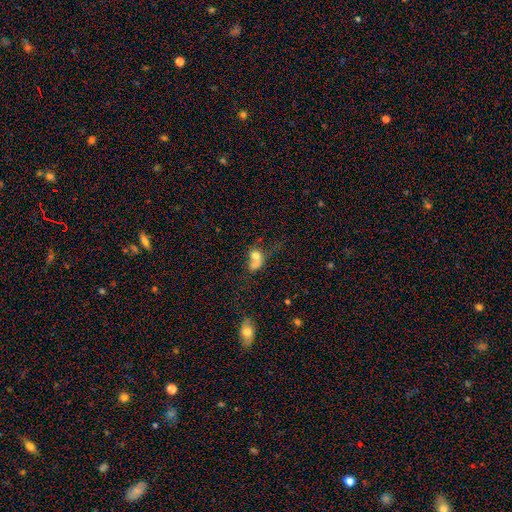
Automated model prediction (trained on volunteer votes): smooth 66%, featured or disk 21%, star or artifact 13%. Down the decision tree: how rounded — in between (49%, tied with round); merging — merger (47%).